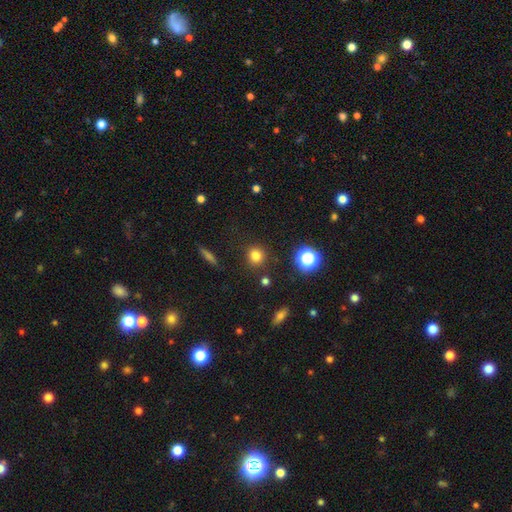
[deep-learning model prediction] Smooth or featured?
  - smooth: 79% *
  - star or artifact: 16%
  - featured or disk: 5%
How rounded?
  - round: 86% *
  - in between: 13%
  - cigar-shaped: 1%
Merging?
  - none: 85% *
  - minor disturbance: 9%
  - major disturbance: 3%
  - merger: 3%